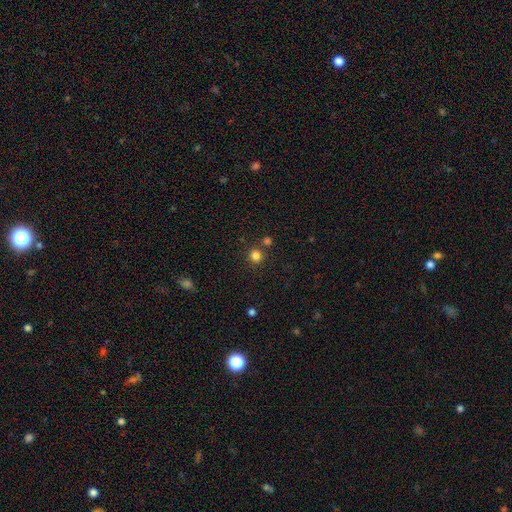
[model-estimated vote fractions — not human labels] Morphology: type=smooth (81%); roundness=round (93%); merging=none (78%).